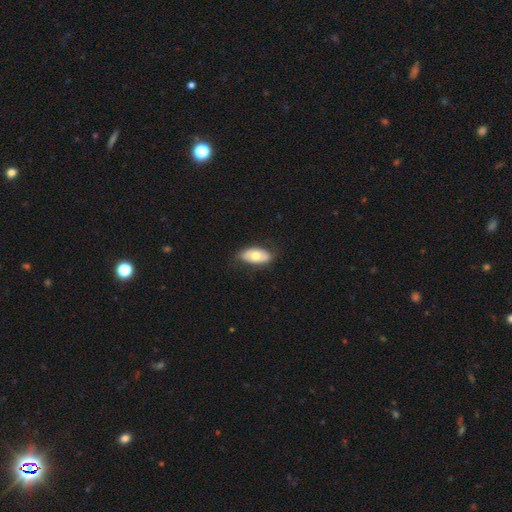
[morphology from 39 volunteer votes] type=smooth (64%); roundness=in between (96%); merging=none (75%).